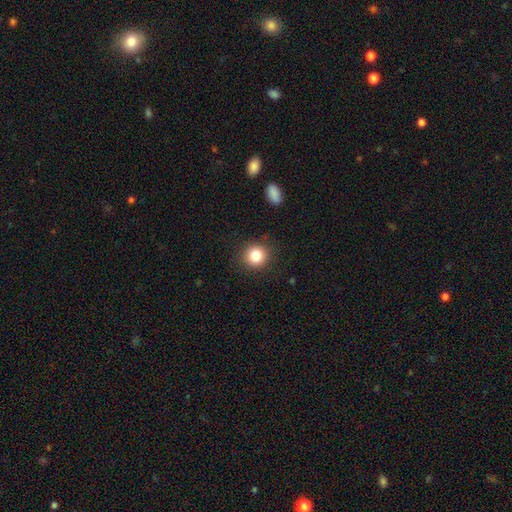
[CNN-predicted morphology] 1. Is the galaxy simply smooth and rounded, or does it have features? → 83% smooth, 11% star or artifact, 6% featured or disk.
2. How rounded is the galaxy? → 88% round, 11% in between, 1% cigar-shaped.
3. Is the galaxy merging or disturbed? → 88% none, 8% minor disturbance, 3% major disturbance, 1% merger.